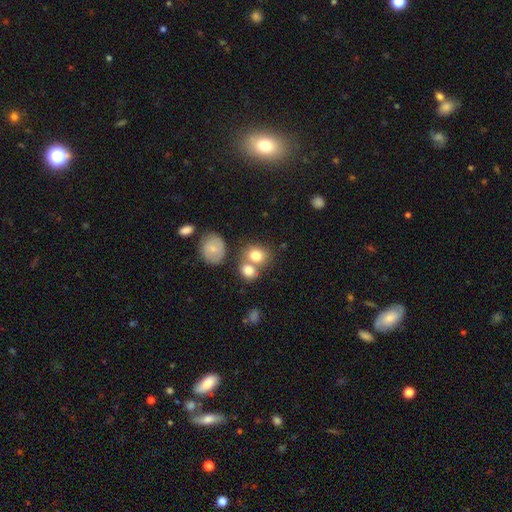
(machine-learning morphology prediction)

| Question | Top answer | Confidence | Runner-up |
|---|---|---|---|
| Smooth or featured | smooth | 77% | featured or disk (13%) |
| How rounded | round | 64% | in between (35%) |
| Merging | none | 44% | merger (41%) |